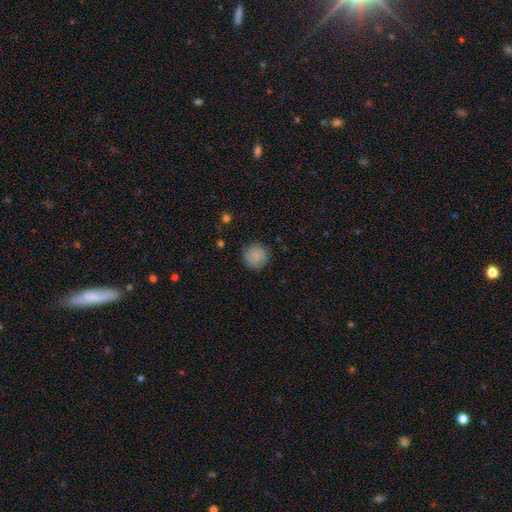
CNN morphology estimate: type=smooth (83%); roundness=round (93%); merging=none (85%).